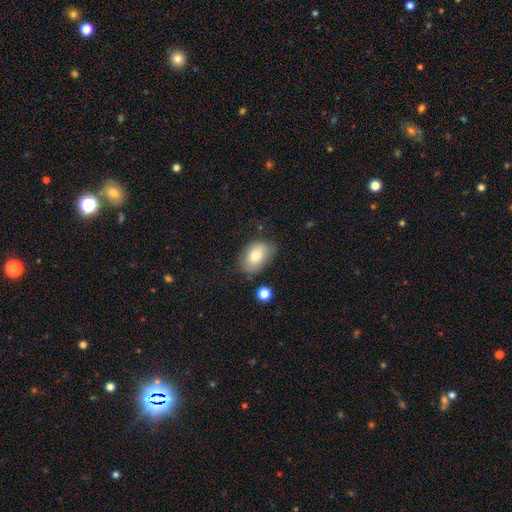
smooth_or_featured: smooth (p=0.72) [alt: featured or disk p=0.17]
how_rounded: in between (p=0.93) [alt: round p=0.07]
merging: none (p=0.72) [alt: minor disturbance p=0.25]